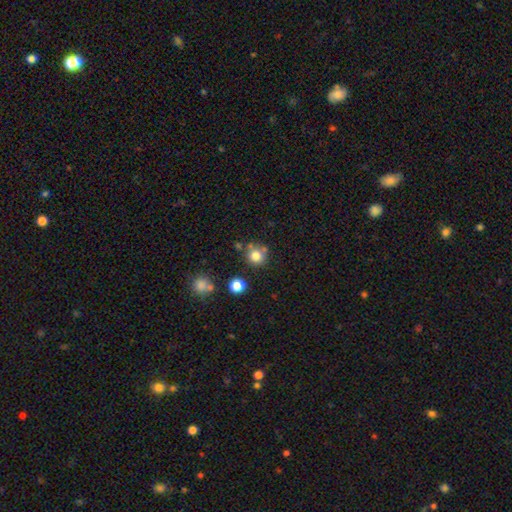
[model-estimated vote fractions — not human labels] Overall: smooth (79%). How rounded: round (91%). Merging: none (71%).